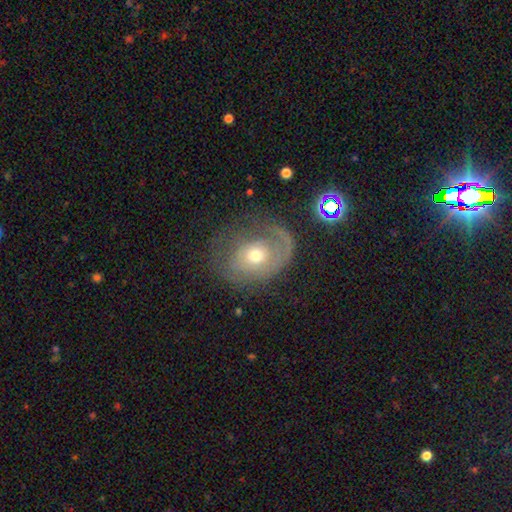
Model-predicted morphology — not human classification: Overall: featured or disk (60%; smooth 31%). Edge-on disk: no (95%). Bar: no (82%). Spiral arms: yes (68%; no 32%). Bulge size: moderate (61%; small 32%). Merging: none (50%; major disturbance 26%).